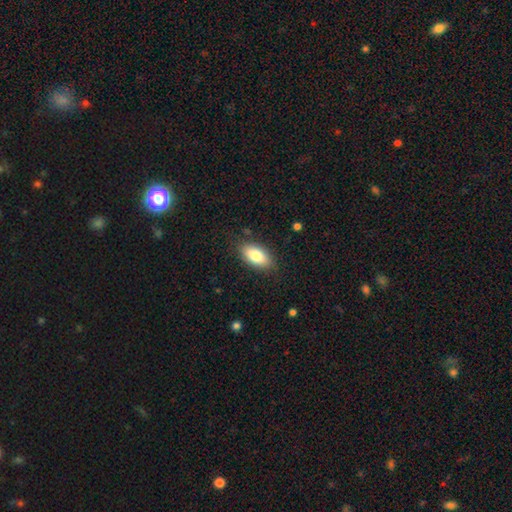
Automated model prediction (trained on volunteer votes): A smooth galaxy with no disk features (83%) that is in between round and cigar-shaped (92%).

Vote fractions:
- Smooth or featured? smooth: 83% / featured or disk: 11% / star or artifact: 7%
- How rounded? in between: 92% / cigar-shaped: 5% / round: 3%
- Merging? none: 84% / minor disturbance: 12% / major disturbance: 3% / merger: 1%